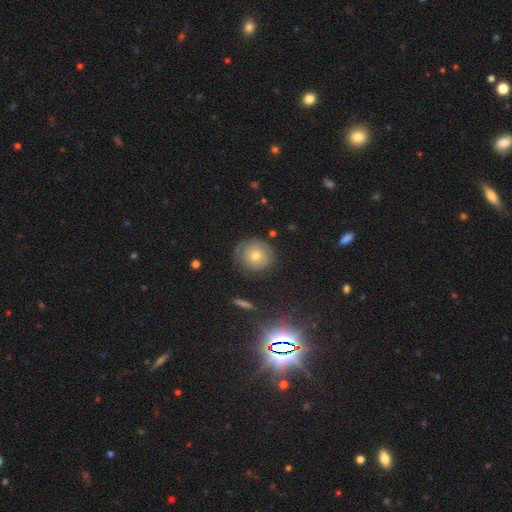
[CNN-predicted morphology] Overall: featured or disk (51%; smooth 35%). Edge-on disk: no (95%). Merging: none (76%).